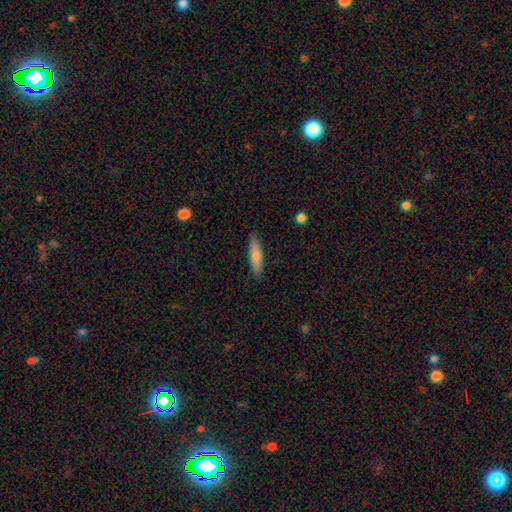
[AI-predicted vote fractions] A smooth galaxy with no disk features (80%) that is cigar-shaped (76%).

Vote fractions:
- Smooth or featured? smooth: 80% / featured or disk: 14% / star or artifact: 6%
- How rounded? cigar-shaped: 76% / in between: 23% / round: 1%
- Merging? none: 87% / minor disturbance: 10% / major disturbance: 2% / merger: 1%